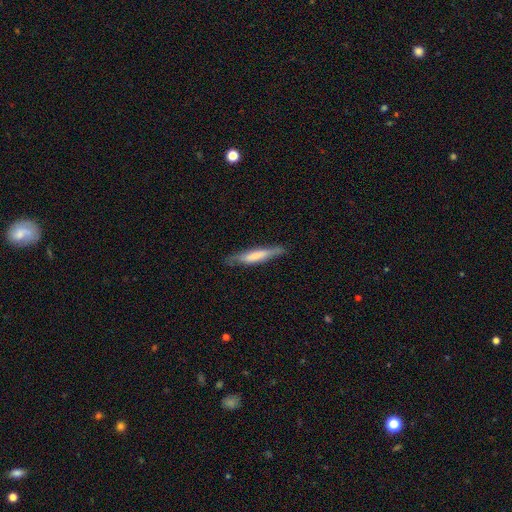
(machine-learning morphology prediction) A smooth galaxy with no disk features (57%) that is cigar-shaped (88%). Merging: none (76%).